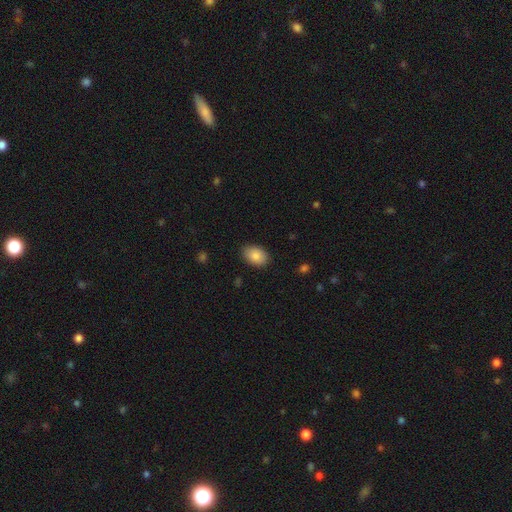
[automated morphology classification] Smooth or featured? Predicted: smooth (p=0.87). How rounded? Predicted: in between (p=0.85). Merging? Predicted: none (p=0.86).